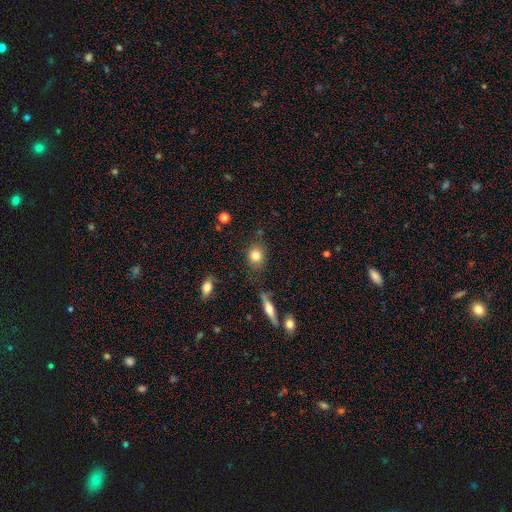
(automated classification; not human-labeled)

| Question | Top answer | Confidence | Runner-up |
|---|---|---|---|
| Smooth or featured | smooth | 81% | featured or disk (10%) |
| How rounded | round | 69% | in between (29%) |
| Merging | none | 80% | minor disturbance (12%) |